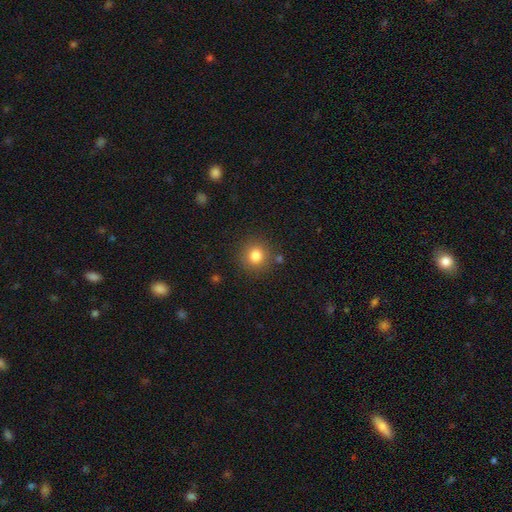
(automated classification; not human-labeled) smooth_or_featured: smooth (p=0.82) [alt: star or artifact p=0.12]
how_rounded: round (p=0.92) [alt: in between p=0.07]
merging: none (p=0.85) [alt: minor disturbance p=0.08]